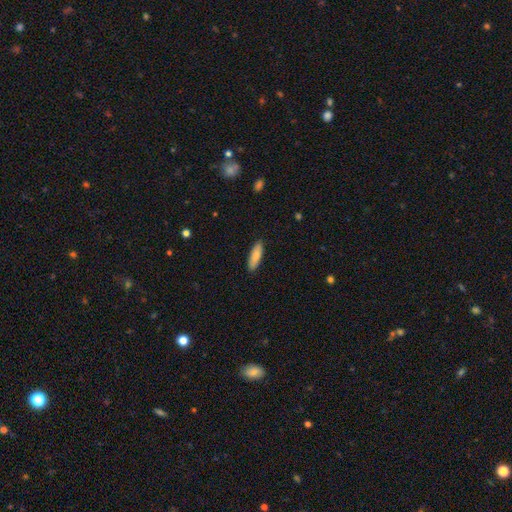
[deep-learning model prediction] A smooth galaxy with no disk features (84%) that is cigar-shaped (54%).

Vote fractions:
- Smooth or featured? smooth: 84% / featured or disk: 11% / star or artifact: 6%
- How rounded? cigar-shaped: 54% / in between: 45% / round: 2%
- Merging? none: 89% / minor disturbance: 8% / major disturbance: 2% / merger: 1%